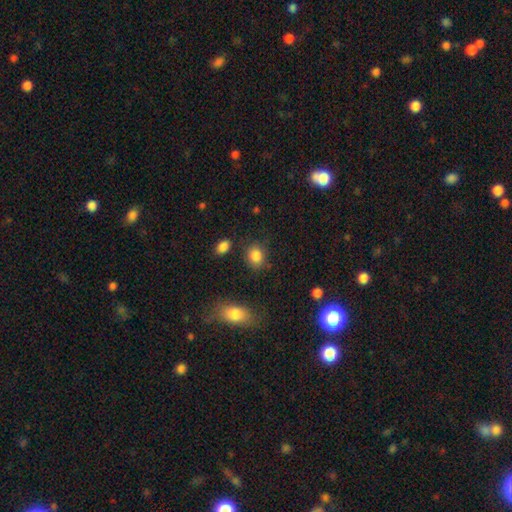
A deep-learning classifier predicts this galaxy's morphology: This is clearly a smooth galaxy (86%). How rounded: possibly round (52%). Merging: likely none (77%).